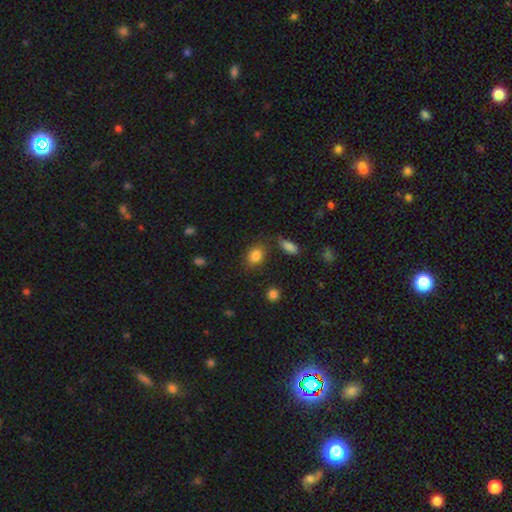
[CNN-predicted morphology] Overall: smooth (84%). How rounded: in between (62%; round 37%). Merging: none (78%).